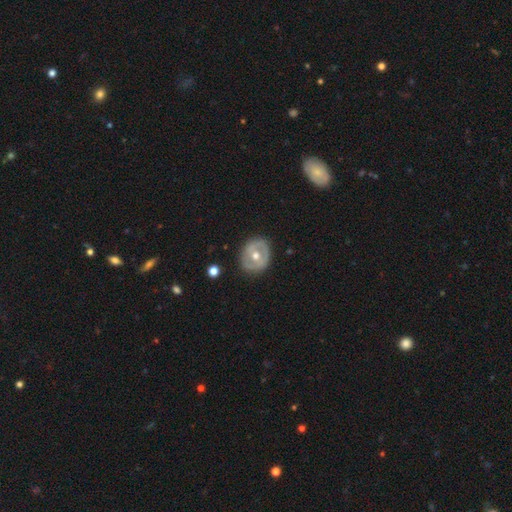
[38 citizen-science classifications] This is likely a featured or disk galaxy (61%). It is clearly not viewed edge-on (96%). Bar: possibly no (59%). Spiral arm pattern: likely no (64%). Central bulge: clearly moderate (86%). Merging: clearly none (83%).